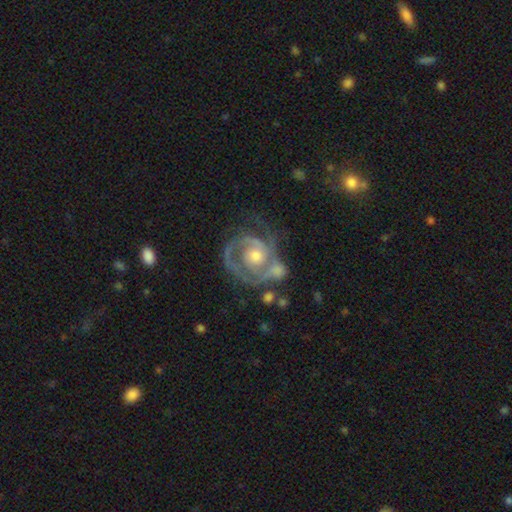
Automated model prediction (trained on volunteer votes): Smooth or featured?
  - featured or disk: 87% *
  - smooth: 8%
  - star or artifact: 5%
Edge-on disk?
  - no: 98% *
  - yes: 2%
Bar?
  - no: 76% *
  - weak: 20%
  - strong: 5%
Spiral arms?
  - yes: 93% *
  - no: 7%
Spiral winding?
  - tight: 63% *
  - medium: 29%
  - loose: 8%
Spiral arm count?
  - 2: 45% *
  - 1: 21%
  - can't tell: 15%
  - 3: 13%
  - 4: 3%
  - more than 4: 3%
Bulge size?
  - moderate: 69% *
  - small: 20%
  - large: 7%
  - none: 2%
  - dominant: 1%
Merging?
  - none: 45% *
  - minor disturbance: 20%
  - major disturbance: 18%
  - merger: 16%